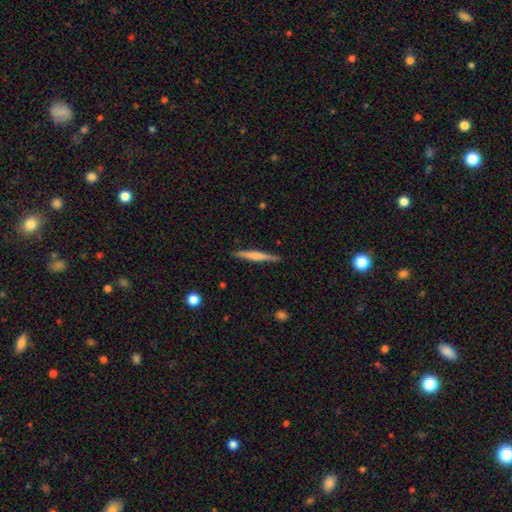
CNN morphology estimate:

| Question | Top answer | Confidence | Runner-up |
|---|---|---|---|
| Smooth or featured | smooth | 52% | featured or disk (43%) |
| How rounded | cigar-shaped | 96% | in between (3%) |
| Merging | none | 90% | minor disturbance (7%) |